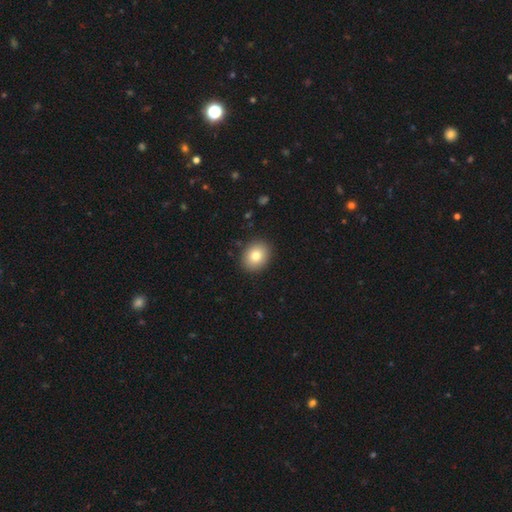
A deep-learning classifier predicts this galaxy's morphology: Smooth or featured? smooth (80%)
How rounded? round (54%)
Merging? none (90%)